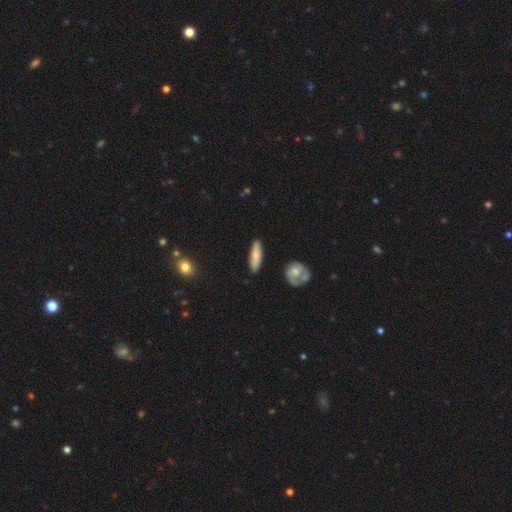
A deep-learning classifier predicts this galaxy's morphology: Smooth or featured? Predicted: smooth (p=0.72). How rounded? Predicted: cigar-shaped (p=0.65). Merging? Predicted: none (p=0.84).